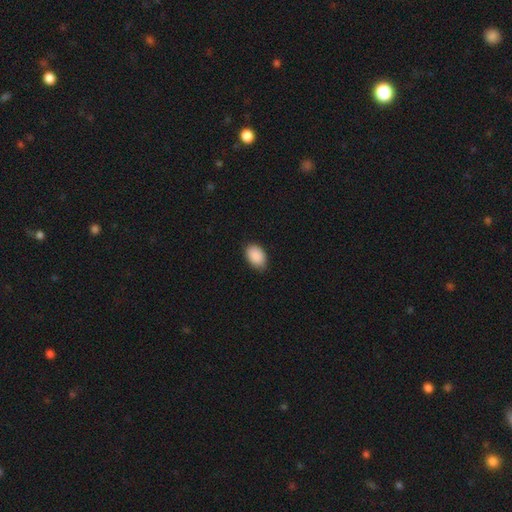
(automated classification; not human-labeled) Smooth or featured: smooth — 90% (star or artifact — 7%)
How rounded: in between — 88% (round — 11%)
Merging: none — 81% (minor disturbance — 16%)